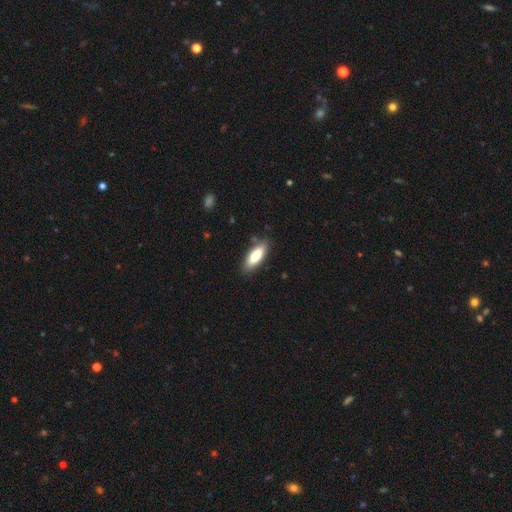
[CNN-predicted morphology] Smooth or featured? Predicted: smooth (p=0.79). How rounded? Predicted: in between (p=0.64). Merging? Predicted: none (p=0.84).